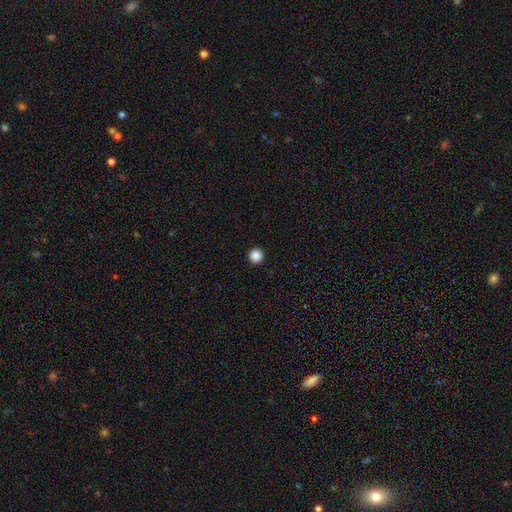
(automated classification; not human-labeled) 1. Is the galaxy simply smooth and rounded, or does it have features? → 88% smooth, 10% star or artifact, 2% featured or disk.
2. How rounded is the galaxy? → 96% round, 3% in between, 1% cigar-shaped.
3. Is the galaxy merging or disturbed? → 94% none, 3% minor disturbance, 1% major disturbance, 1% merger.